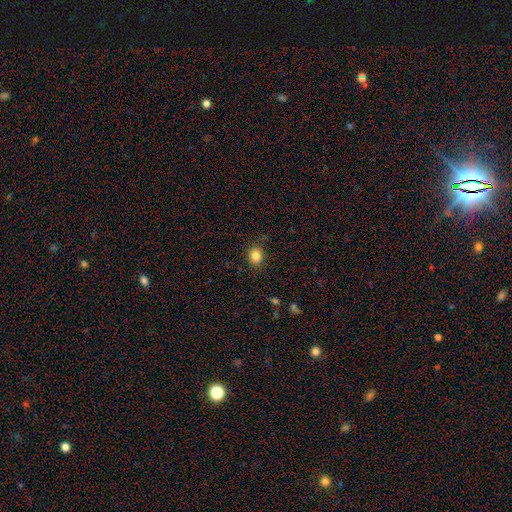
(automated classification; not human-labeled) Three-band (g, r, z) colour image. It shows a smooth galaxy with no disk features (84%) that is round (58%). Merging: none (85%).